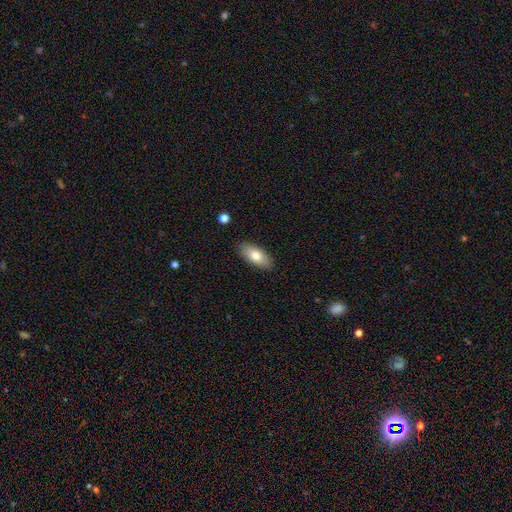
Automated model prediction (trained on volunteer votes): Smooth or featured?
  - smooth: 77% *
  - featured or disk: 16%
  - star or artifact: 6%
How rounded?
  - in between: 87% *
  - cigar-shaped: 10%
  - round: 3%
Merging?
  - none: 87% *
  - minor disturbance: 9%
  - major disturbance: 2%
  - merger: 1%